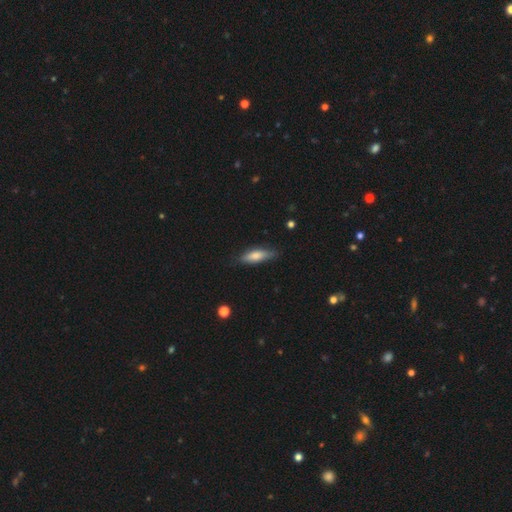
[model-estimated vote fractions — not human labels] Q: Smooth or featured?
A: smooth (70%); runner-up: featured or disk (23%)
Q: How rounded?
A: cigar-shaped (52%); runner-up: in between (46%)
Q: Merging?
A: none (76%); runner-up: minor disturbance (19%)